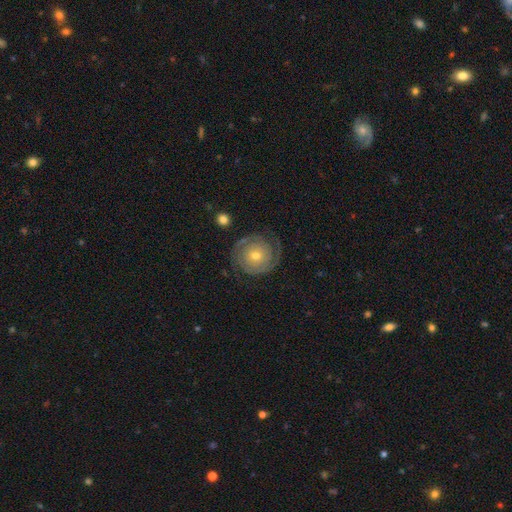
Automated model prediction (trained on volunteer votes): A featured or disk galaxy (81%) with no bar (81%), 2 (72%) tight (77%) spiral arms (93%) and a moderate central bulge (49%).

Vote fractions:
- Smooth or featured? featured or disk: 81% / smooth: 13% / star or artifact: 6%
- Edge-on disk? no: 97% / yes: 3%
- Bar? no: 81% / weak: 15% / strong: 4%
- Spiral arms? yes: 93% / no: 7%
- Spiral winding? tight: 77% / medium: 18% / loose: 5%
- Spiral arm count? 2: 72% / can't tell: 13% / 3: 5% / 1: 5% / 4: 2% / more than 4: 2%
- Bulge size? moderate: 49% / small: 47% / large: 2% / none: 1% / dominant: 1%
- Merging? none: 80% / minor disturbance: 13% / major disturbance: 6% / merger: 2%